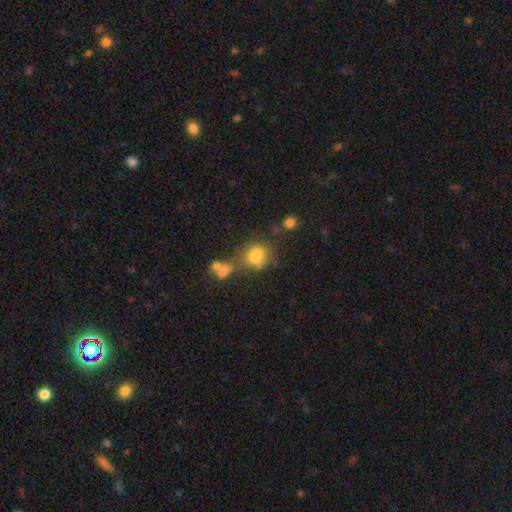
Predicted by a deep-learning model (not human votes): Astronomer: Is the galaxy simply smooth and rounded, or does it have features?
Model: smooth — 67%.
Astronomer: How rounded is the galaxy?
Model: round — 51% (runner-up: in between, 47%).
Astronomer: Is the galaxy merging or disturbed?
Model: merger — 42% (runner-up: none, 32%).